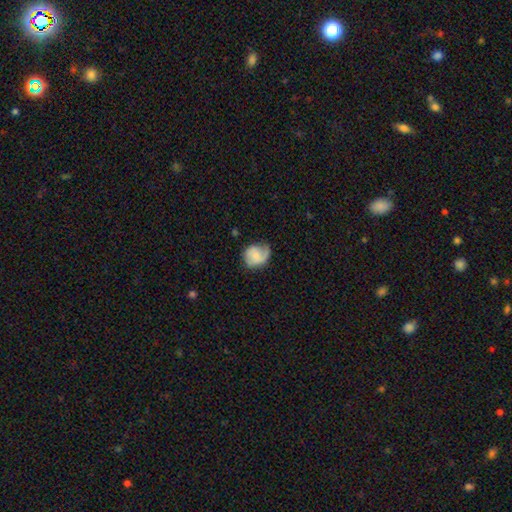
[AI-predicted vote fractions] A smooth galaxy with no disk features (50%) that is round (64%). Merging: none (55%).